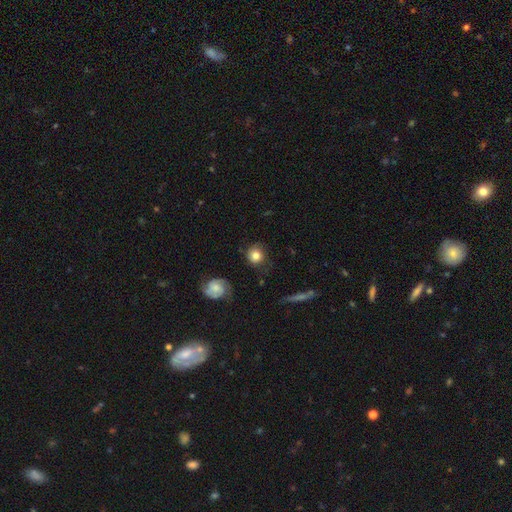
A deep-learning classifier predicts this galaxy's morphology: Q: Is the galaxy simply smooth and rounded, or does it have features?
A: smooth — 77%.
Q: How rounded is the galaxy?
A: round — 85%.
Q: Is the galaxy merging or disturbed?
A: none — 70%.